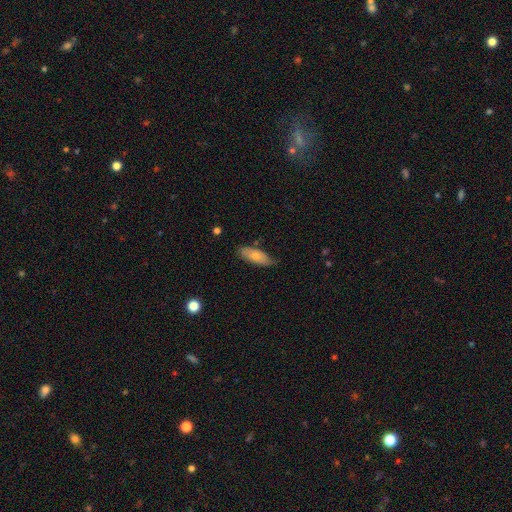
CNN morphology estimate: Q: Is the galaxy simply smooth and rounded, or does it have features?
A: smooth — 71%.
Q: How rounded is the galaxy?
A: in between — 72%.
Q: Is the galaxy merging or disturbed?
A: none — 72%.